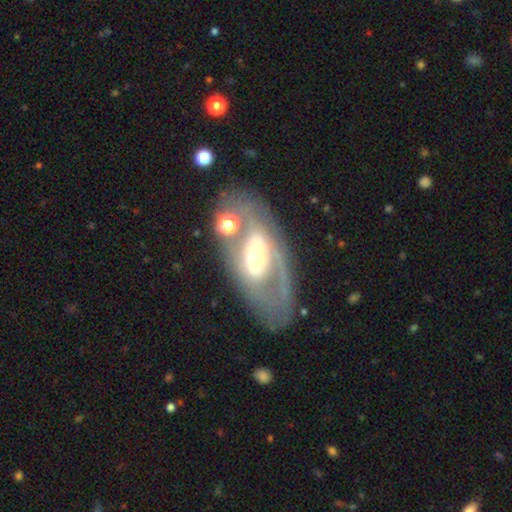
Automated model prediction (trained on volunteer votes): featured or disk 73%, smooth 19%, star or artifact 7%. Down the decision tree: edge-on disk — no (89%); bar — no (36%); spiral arms — yes (54%); bulge size — moderate (63%); merging — none (66%).